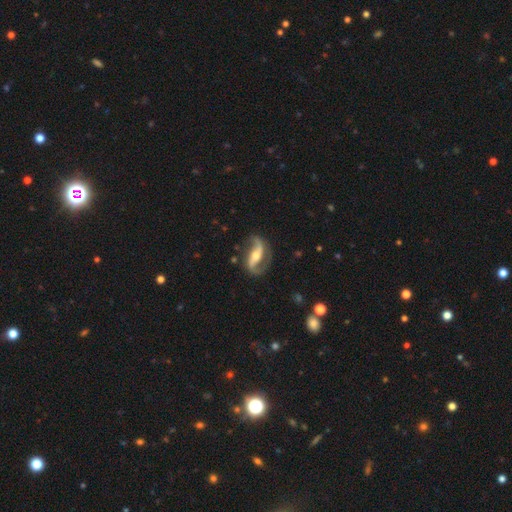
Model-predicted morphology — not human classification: Smooth or featured?
  - featured or disk: 90% *
  - smooth: 6%
  - star or artifact: 4%
Edge-on disk?
  - no: 95% *
  - yes: 5%
Bar?
  - strong: 46% *
  - weak: 28%
  - no: 26%
Spiral arms?
  - yes: 96% *
  - no: 4%
Spiral winding?
  - loose: 58% *
  - medium: 32%
  - tight: 10%
Spiral arm count?
  - 2: 91% *
  - 1: 4%
  - can't tell: 2%
  - 3: 1%
  - 4: 1%
  - more than 4: 1%
Bulge size?
  - moderate: 62% *
  - small: 29%
  - large: 6%
  - none: 2%
  - dominant: 1%
Merging?
  - none: 75% *
  - minor disturbance: 15%
  - major disturbance: 8%
  - merger: 2%